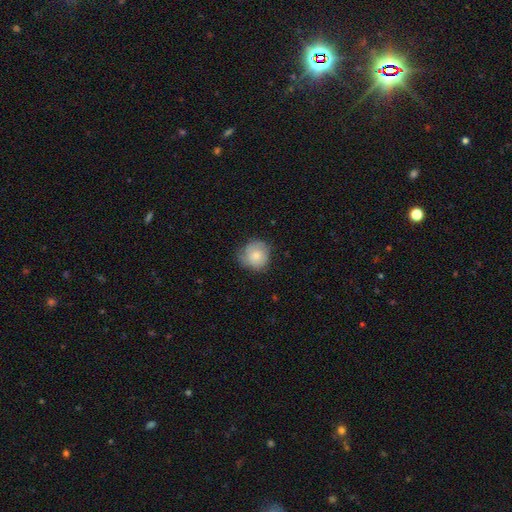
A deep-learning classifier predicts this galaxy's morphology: smooth_or_featured: smooth (p=0.76) [alt: featured or disk p=0.17]
how_rounded: round (p=0.86) [alt: in between p=0.13]
merging: none (p=0.65) [alt: minor disturbance p=0.27]